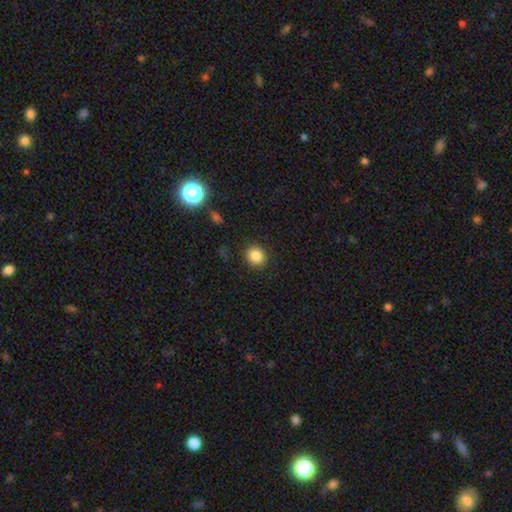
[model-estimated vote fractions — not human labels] Morphology: type=smooth (85%); roundness=round (85%); merging=none (89%).